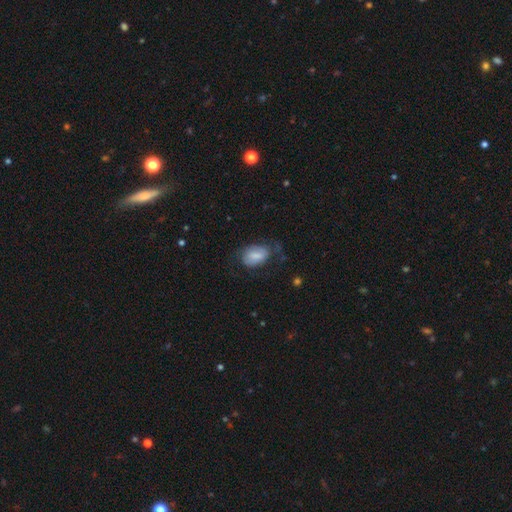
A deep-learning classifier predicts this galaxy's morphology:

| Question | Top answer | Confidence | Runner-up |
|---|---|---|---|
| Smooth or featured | smooth | 69% | featured or disk (23%) |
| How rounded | in between | 84% | round (15%) |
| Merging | none | 48% | minor disturbance (30%) |